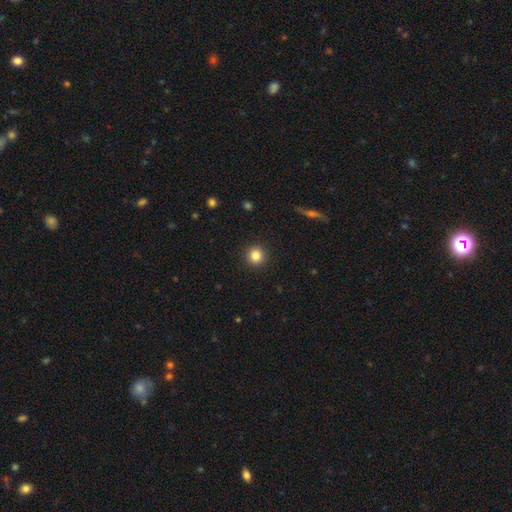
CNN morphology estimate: Q: Smooth or featured?
A: smooth (84%); runner-up: star or artifact (11%)
Q: How rounded?
A: round (94%); runner-up: in between (5%)
Q: Merging?
A: none (92%); runner-up: minor disturbance (5%)